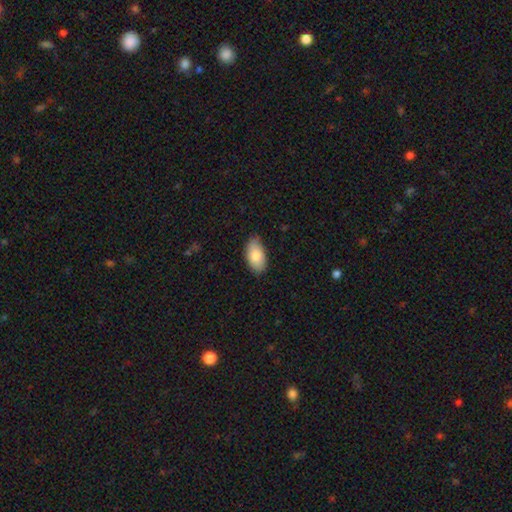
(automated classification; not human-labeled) Smooth or featured?
  - smooth: 84% *
  - featured or disk: 10%
  - star or artifact: 6%
How rounded?
  - in between: 95% *
  - round: 3%
  - cigar-shaped: 2%
Merging?
  - none: 79% *
  - minor disturbance: 17%
  - major disturbance: 2%
  - merger: 1%